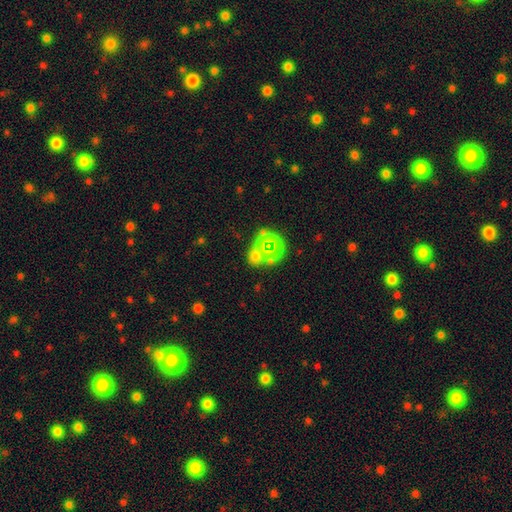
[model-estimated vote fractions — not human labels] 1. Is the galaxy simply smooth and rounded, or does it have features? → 49% star or artifact, 41% smooth, 10% featured or disk.